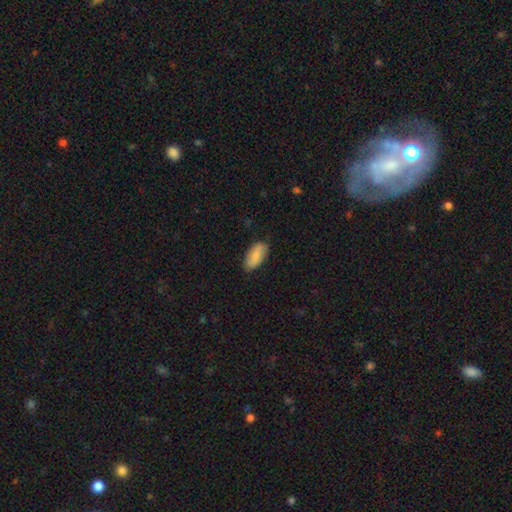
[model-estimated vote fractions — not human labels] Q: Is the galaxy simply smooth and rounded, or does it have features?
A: smooth — 76%.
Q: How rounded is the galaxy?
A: in between — 91%.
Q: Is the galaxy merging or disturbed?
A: none — 83%.